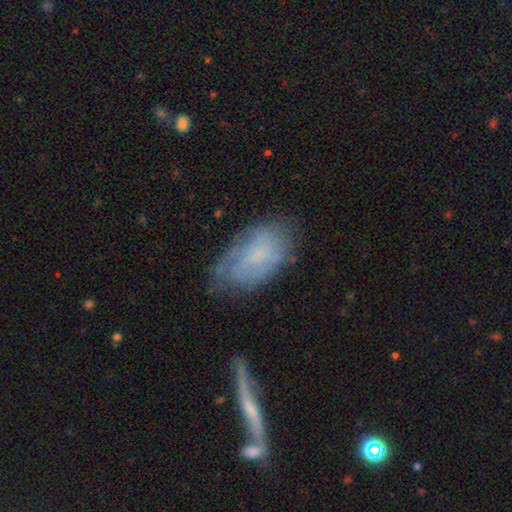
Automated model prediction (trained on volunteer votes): This is possibly a smooth galaxy (49%). Merging: possibly none (57%).